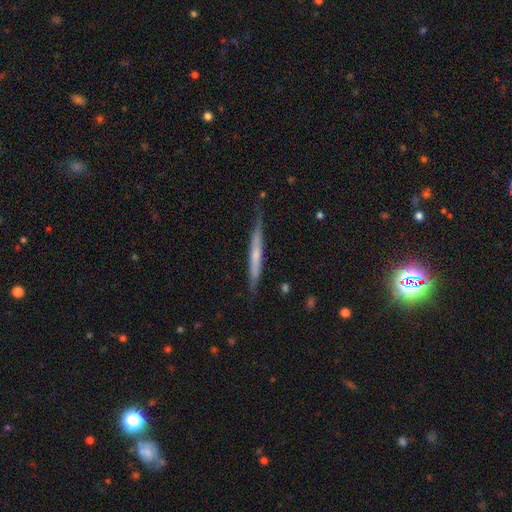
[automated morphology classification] Smooth or featured? featured or disk (51%)
Edge-on disk? yes (94%)
Merging? none (79%)